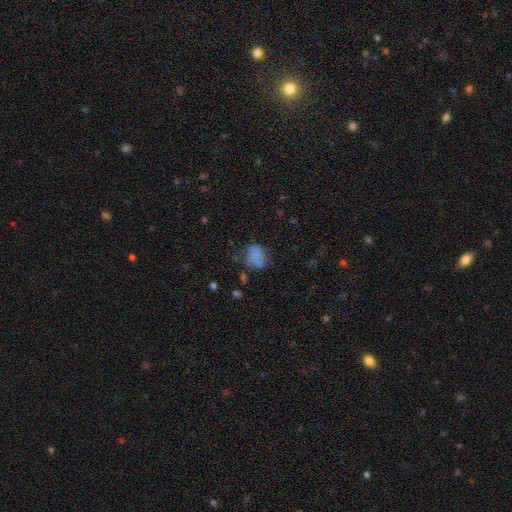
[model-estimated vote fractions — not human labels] This appears to be a smooth galaxy with no disk features (65%) that is in between round and cigar-shaped (65%). Merging: none (42%).